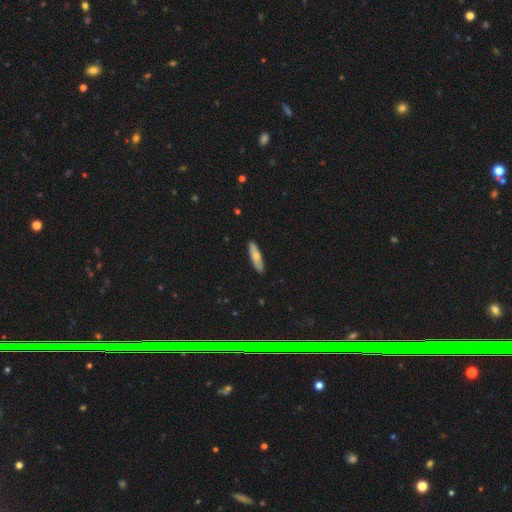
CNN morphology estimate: smooth_or_featured: smooth (p=0.64) [alt: featured or disk p=0.30]
how_rounded: cigar-shaped (p=0.72) [alt: in between p=0.26]
merging: none (p=0.89) [alt: minor disturbance p=0.08]